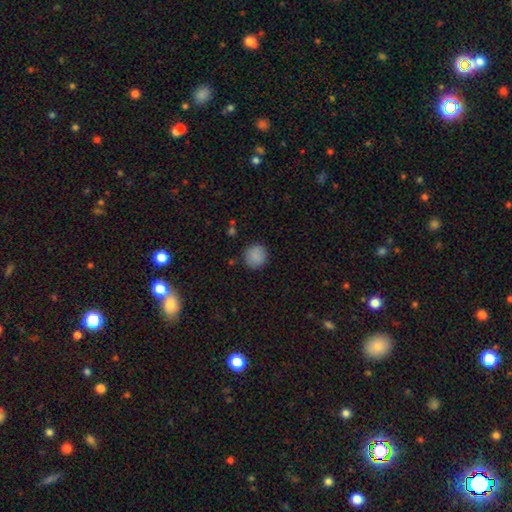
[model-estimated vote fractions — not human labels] Smooth or featured? smooth (87%)
How rounded? round (92%)
Merging? none (88%)